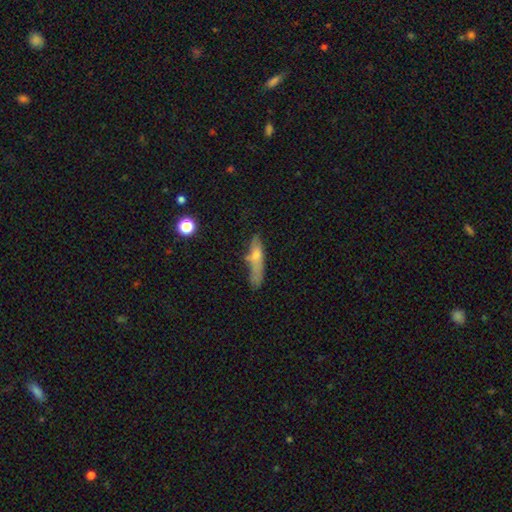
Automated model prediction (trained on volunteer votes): Smooth or featured? Predicted: smooth (p=0.56). How rounded? Predicted: cigar-shaped (p=0.75). Merging? Predicted: none (p=0.51).